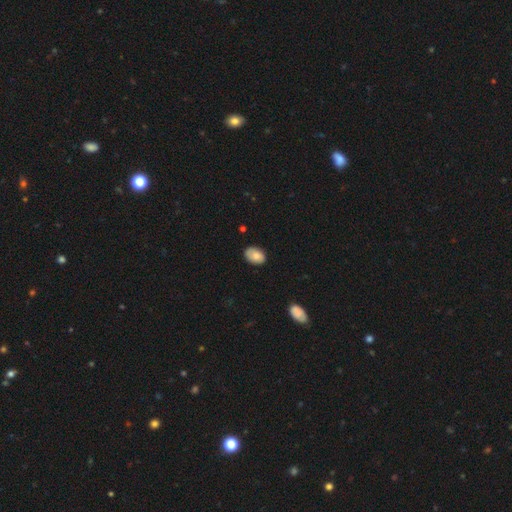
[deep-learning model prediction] Smooth or featured? smooth (80%)
How rounded? in between (86%)
Merging? none (79%)